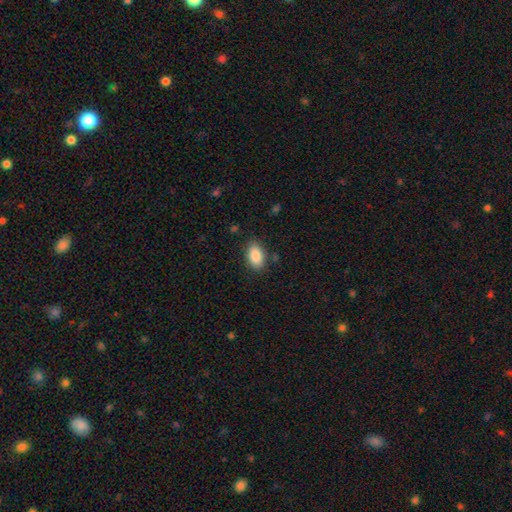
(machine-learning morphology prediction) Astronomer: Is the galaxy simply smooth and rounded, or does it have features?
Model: smooth — 88%.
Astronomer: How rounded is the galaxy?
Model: in between — 92%.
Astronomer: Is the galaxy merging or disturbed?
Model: none — 85%.